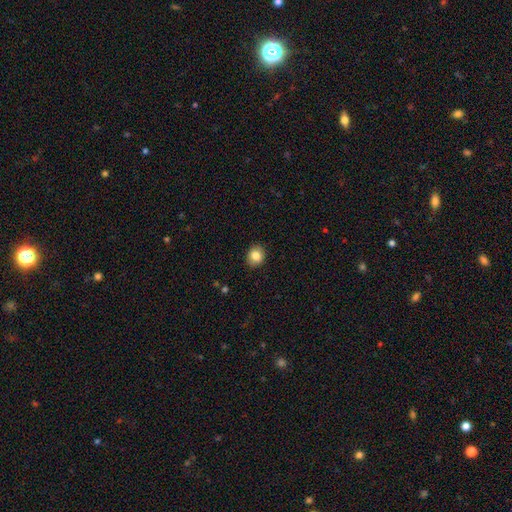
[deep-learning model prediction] Smooth or featured: smooth — 84% (star or artifact — 9%)
How rounded: round — 64% (in between — 35%)
Merging: none — 88% (minor disturbance — 9%)